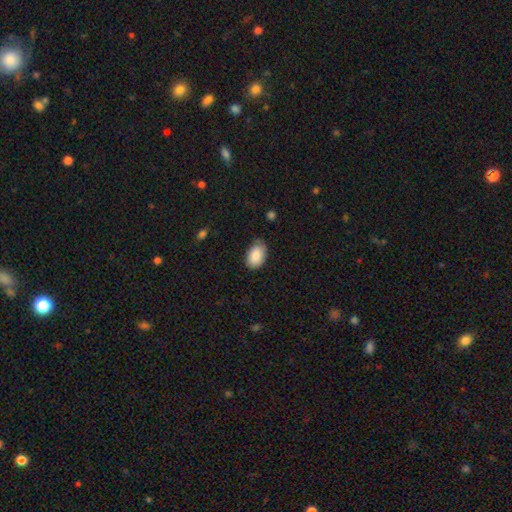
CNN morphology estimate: Smooth or featured? smooth (87%)
How rounded? in between (91%)
Merging? none (71%)